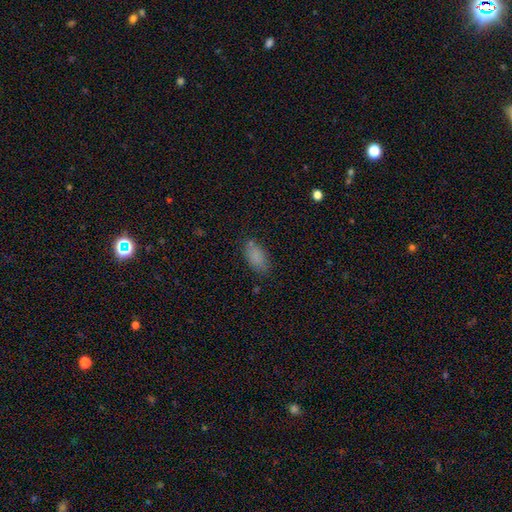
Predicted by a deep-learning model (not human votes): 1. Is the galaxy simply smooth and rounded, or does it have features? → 83% smooth, 11% star or artifact, 6% featured or disk.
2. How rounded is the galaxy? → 90% in between, 5% cigar-shaped, 4% round.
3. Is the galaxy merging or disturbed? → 77% none, 16% minor disturbance, 5% major disturbance, 3% merger.